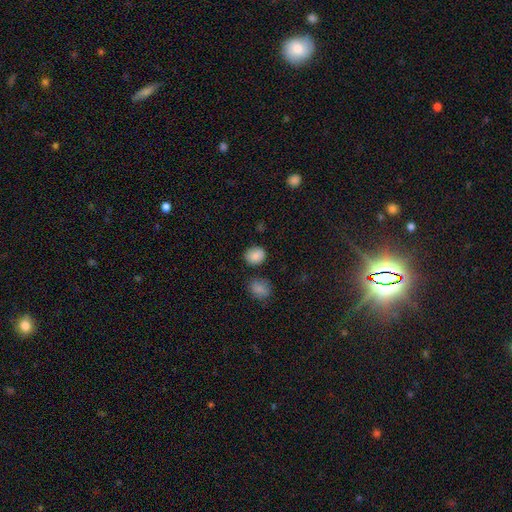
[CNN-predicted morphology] Overall: smooth (86%). How rounded: round (61%; in between 38%). Merging: none (80%).